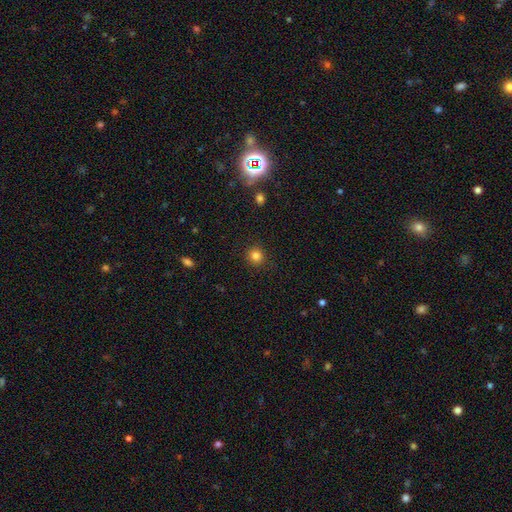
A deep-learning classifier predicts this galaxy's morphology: smooth 83%, star or artifact 13%, featured or disk 5%. Down the decision tree: how rounded — round (90%); merging — none (90%).